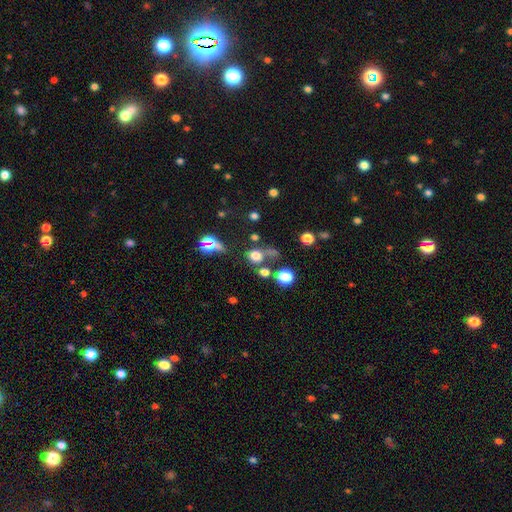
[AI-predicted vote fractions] The model was most divided on "merging": none: 51%, merger: 23%, minor disturbance: 14%, major disturbance: 12%. More confident: how rounded — round (75%); smooth or featured — smooth (69%).